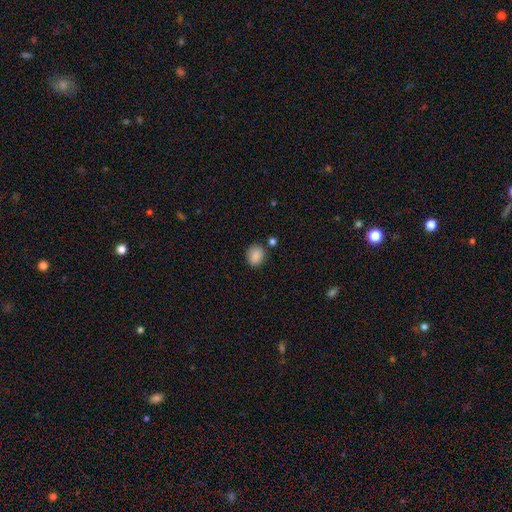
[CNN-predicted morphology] smooth 88%, star or artifact 9%, featured or disk 4%. Down the decision tree: how rounded — round (58%); merging — none (77%).